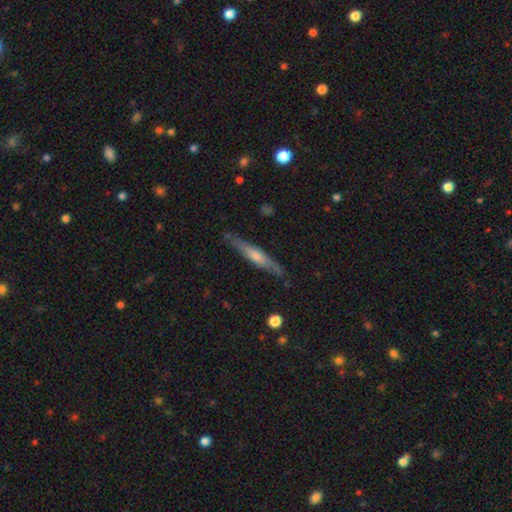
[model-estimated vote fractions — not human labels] Morphology: type=featured or disk (59%); edge-on=yes (93%); edge-on bulge=rounded (62%); merging=none (84%).